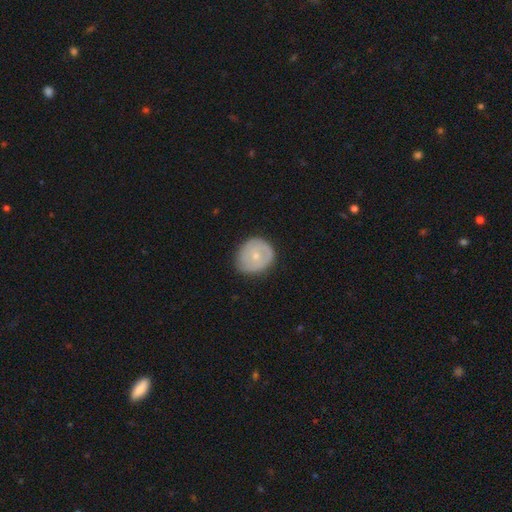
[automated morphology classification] Smooth or featured? Predicted: smooth (p=0.57). How rounded? Predicted: round (p=0.79). Merging? Predicted: none (p=0.76).